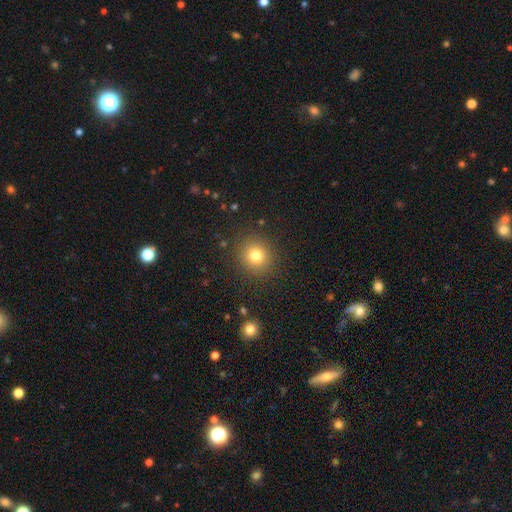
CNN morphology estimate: Smooth or featured? Predicted: smooth (p=0.79). How rounded? Predicted: round (p=0.87). Merging? Predicted: none (p=0.88).